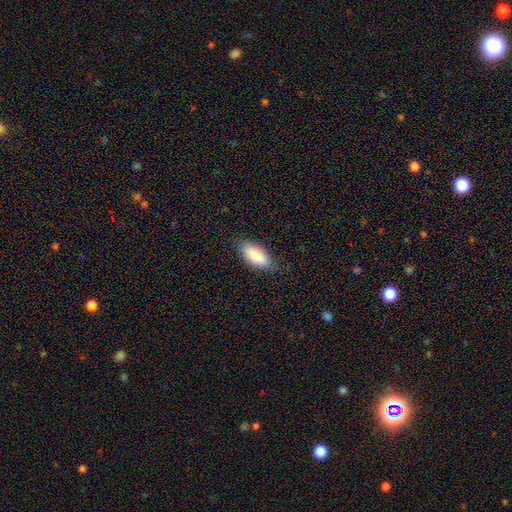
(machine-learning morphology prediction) This appears to be a smooth galaxy with no disk features (87%) that is in between round and cigar-shaped (86%). Merging: none (81%).